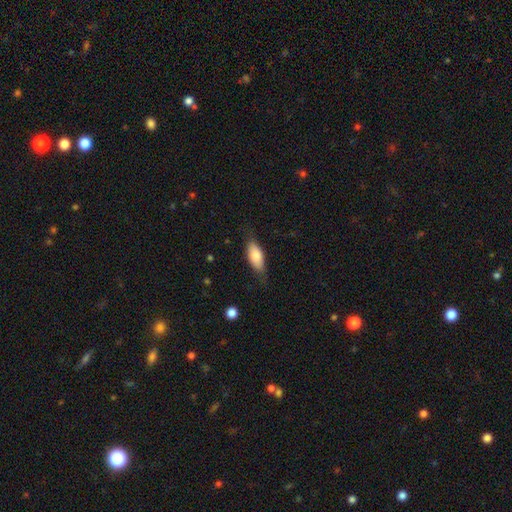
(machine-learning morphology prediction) A smooth galaxy with no disk features (78%) that is in between round and cigar-shaped (84%).

Vote fractions:
- Smooth or featured? smooth: 78% / featured or disk: 16% / star or artifact: 6%
- How rounded? in between: 84% / cigar-shaped: 14% / round: 2%
- Merging? none: 70% / minor disturbance: 22% / major disturbance: 6% / merger: 1%